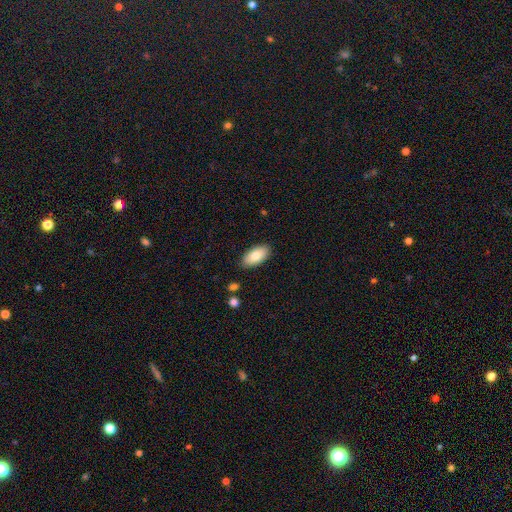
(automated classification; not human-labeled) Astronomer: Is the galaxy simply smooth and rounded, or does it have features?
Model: smooth — 82%.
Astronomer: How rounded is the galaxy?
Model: in between — 94%.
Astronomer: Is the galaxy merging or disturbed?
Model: none — 87%.